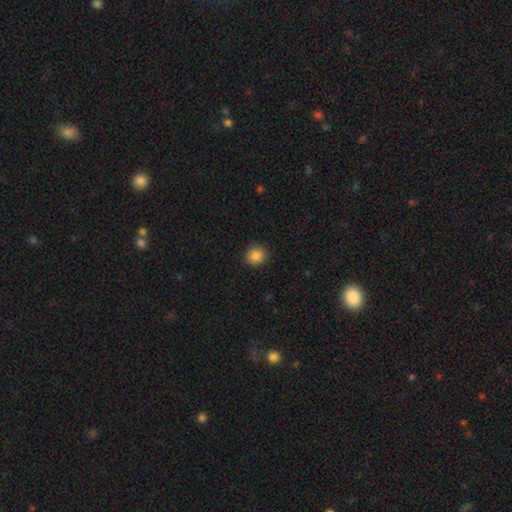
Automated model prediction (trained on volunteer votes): The model was most divided on "smooth or featured": smooth: 86%, star or artifact: 11%, featured or disk: 4%. More confident: merging — none (91%); how rounded — round (89%).